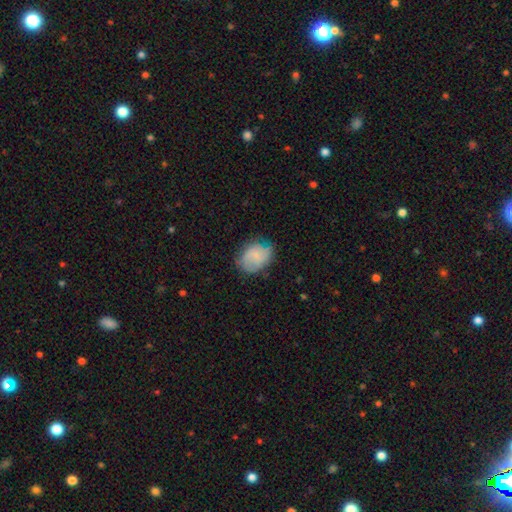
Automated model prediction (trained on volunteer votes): smooth-or-featured: smooth: 66% | featured or disk: 26% | star or artifact: 8%
  how-rounded: in between: 54% | round: 45% | cigar-shaped: 1%
  merging: none: 65% | minor disturbance: 26% | major disturbance: 8% | merger: 1%